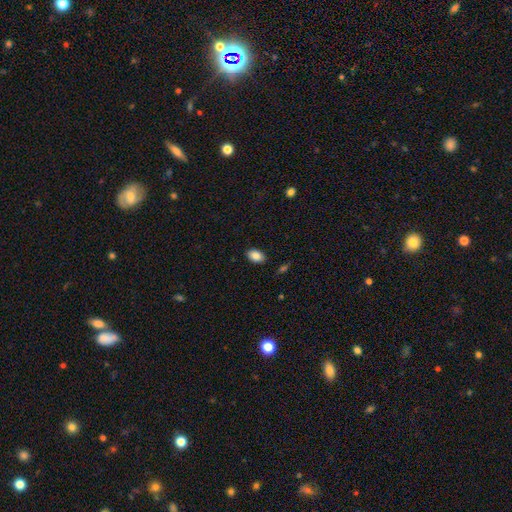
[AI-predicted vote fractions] This appears to be a smooth galaxy with no disk features (86%) that is in between round and cigar-shaped (87%). Merging: none (88%).